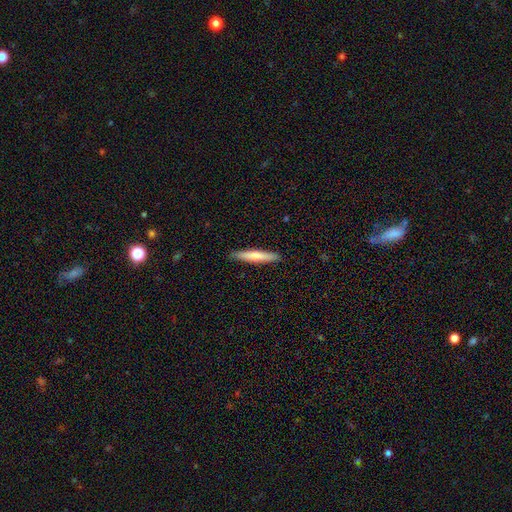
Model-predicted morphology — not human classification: The model was most divided on "smooth or featured": smooth: 71%, featured or disk: 24%, star or artifact: 5%. More confident: how rounded — cigar-shaped (93%); merging — none (89%).